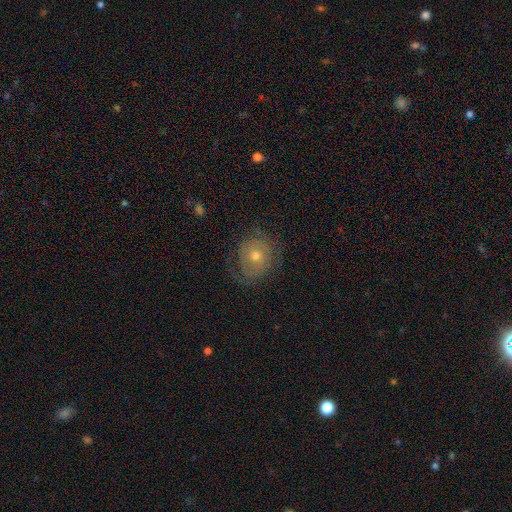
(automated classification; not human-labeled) The model was most divided on "smooth or featured": featured or disk: 61%, smooth: 29%, star or artifact: 10%. More confident: edge-on disk — no (96%); bar — no (80%); spiral arms — yes (76%); merging — none (70%); bulge size — moderate (66%).